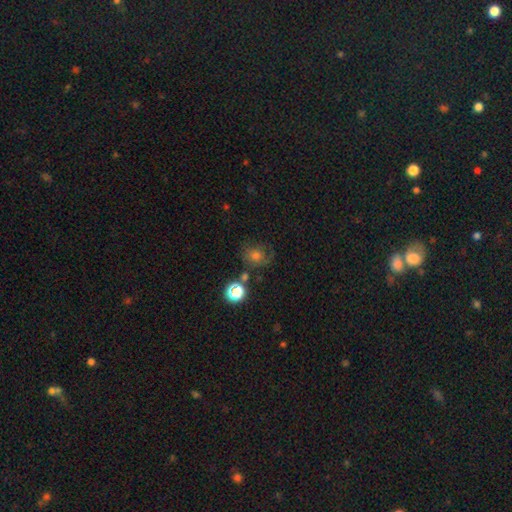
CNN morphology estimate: This appears to be a smooth galaxy with no disk features (53%) that is round (74%). Merging: none (59%).